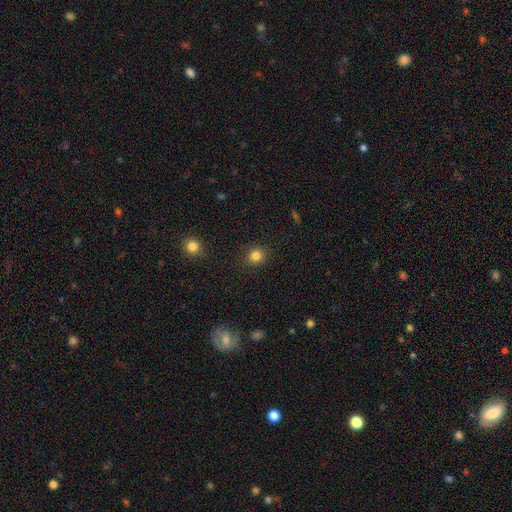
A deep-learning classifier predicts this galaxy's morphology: A smooth galaxy with no disk features (83%) that is round (90%). Merging: none (90%).